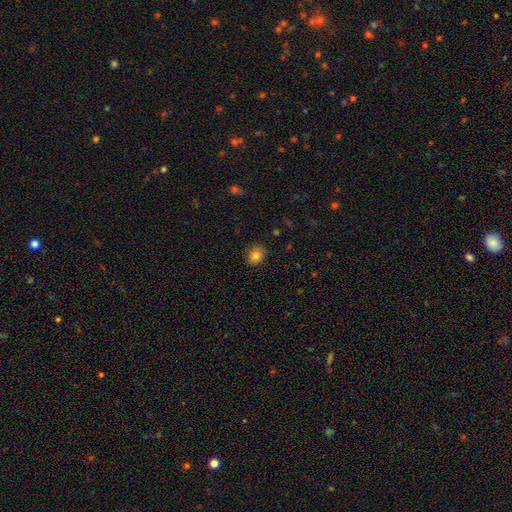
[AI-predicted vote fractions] A smooth galaxy with no disk features (81%) that is round (57%). Merging: none (87%).